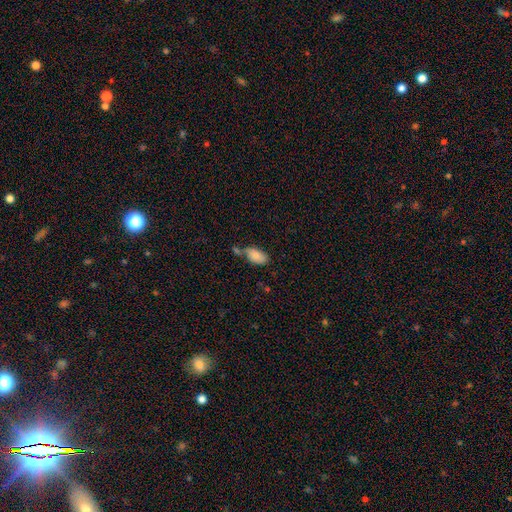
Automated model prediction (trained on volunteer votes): The model was most divided on "merging": none: 46%, merger: 27%, minor disturbance: 20%, major disturbance: 7%. More confident: how rounded — in between (94%); smooth or featured — smooth (83%).